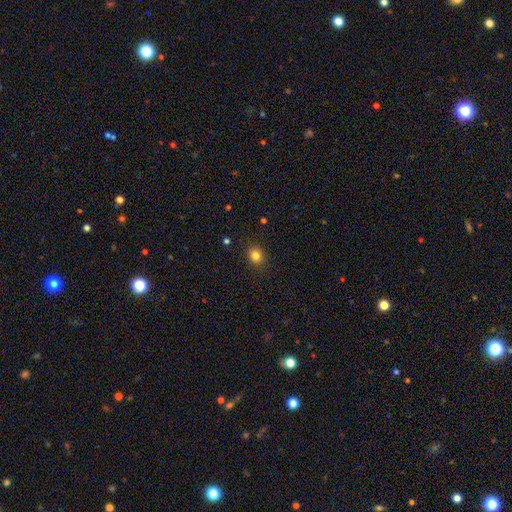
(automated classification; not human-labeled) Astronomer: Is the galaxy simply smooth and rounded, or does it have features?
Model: smooth — 83%.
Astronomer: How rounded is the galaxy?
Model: round — 73%.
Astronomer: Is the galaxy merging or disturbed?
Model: none — 89%.